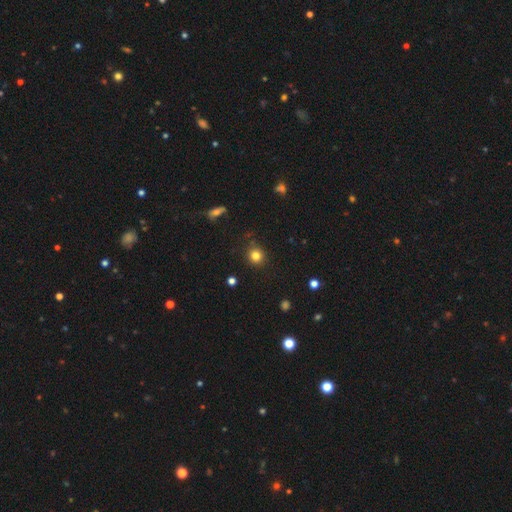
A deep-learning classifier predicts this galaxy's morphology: type=smooth (81%); roundness=round (89%); merging=none (86%).